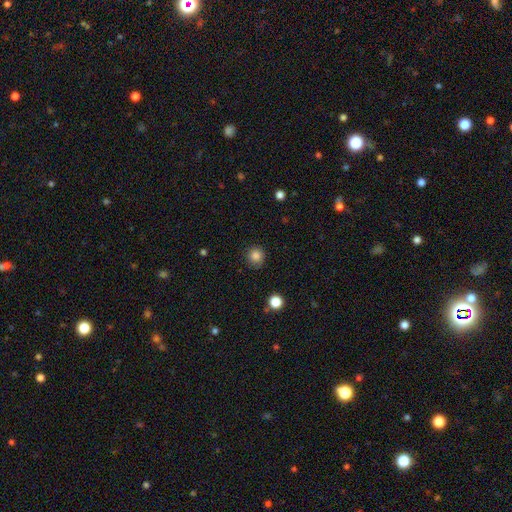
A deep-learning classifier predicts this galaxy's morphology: A smooth galaxy with no disk features (84%) that is round (92%).

Vote fractions:
- Smooth or featured? smooth: 84% / star or artifact: 12% / featured or disk: 4%
- How rounded? round: 92% / in between: 7% / cigar-shaped: 1%
- Merging? none: 86% / minor disturbance: 10% / major disturbance: 3% / merger: 1%